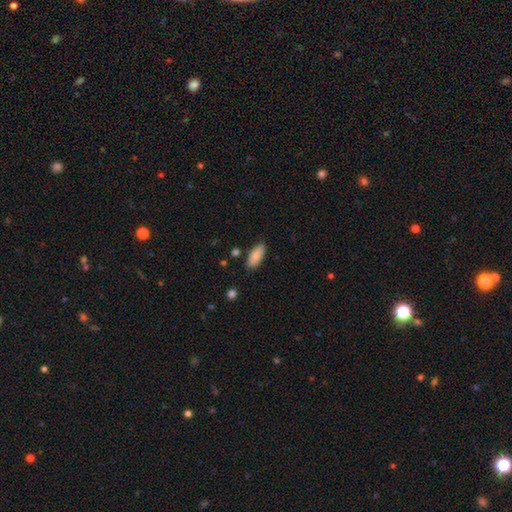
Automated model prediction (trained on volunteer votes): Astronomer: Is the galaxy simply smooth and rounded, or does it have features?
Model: smooth — 87%.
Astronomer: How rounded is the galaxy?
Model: in between — 82%.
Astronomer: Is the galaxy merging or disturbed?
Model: none — 84%.